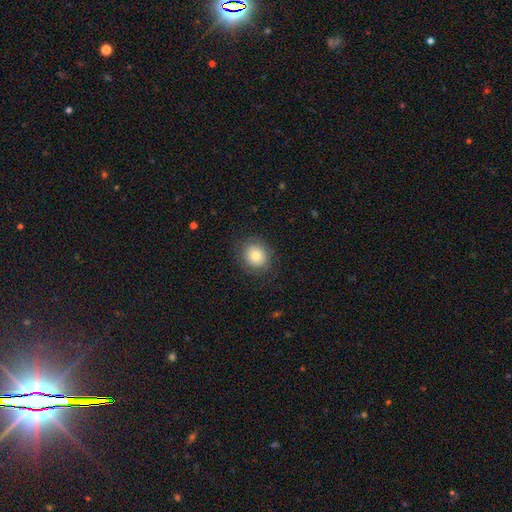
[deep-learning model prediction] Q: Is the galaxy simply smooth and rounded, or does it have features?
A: smooth — 77%.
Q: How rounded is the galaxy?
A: round — 80%.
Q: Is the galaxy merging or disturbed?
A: none — 84%.